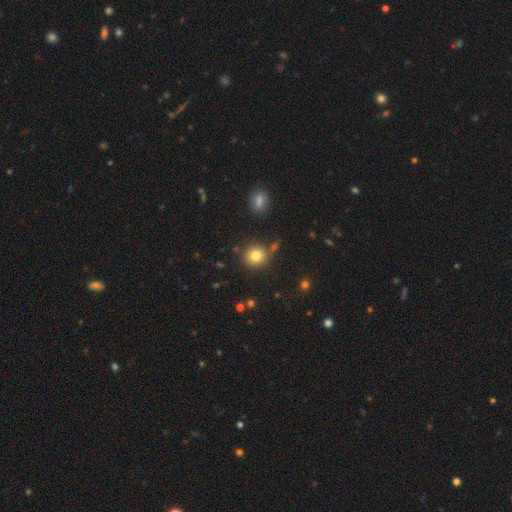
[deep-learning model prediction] Smooth or featured: smooth — 80% (star or artifact — 12%)
How rounded: round — 91% (in between — 8%)
Merging: none — 81% (minor disturbance — 9%)